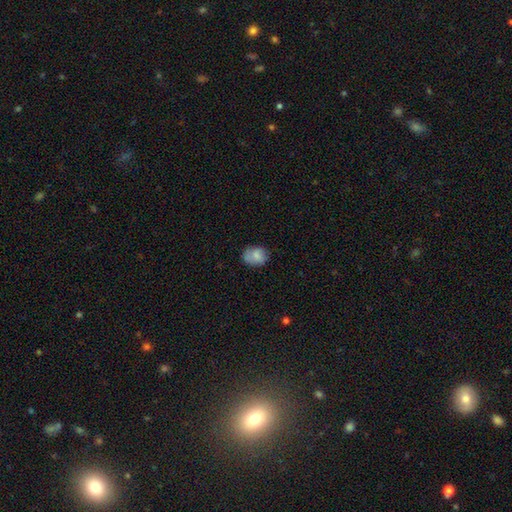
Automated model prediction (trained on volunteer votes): Smooth or featured? Predicted: smooth (p=0.81). How rounded? Predicted: in between (p=0.58). Merging? Predicted: none (p=0.67).